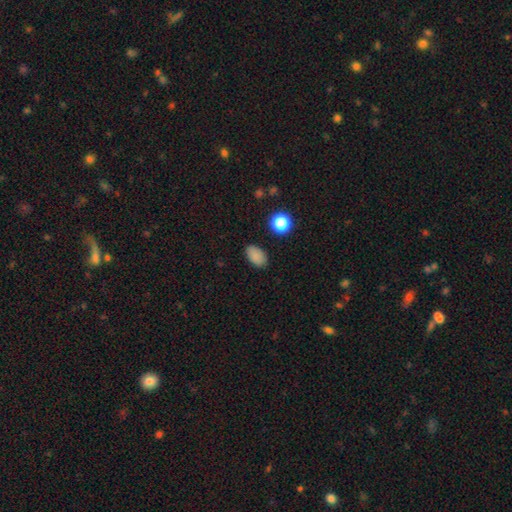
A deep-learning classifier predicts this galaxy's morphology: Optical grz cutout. It shows a smooth galaxy with no disk features (85%) that is in between round and cigar-shaped (89%). Merging: none (86%).